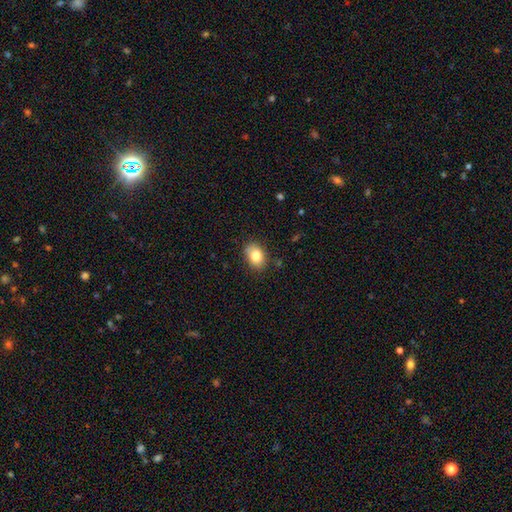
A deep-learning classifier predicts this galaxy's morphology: Smooth or featured? Predicted: smooth (p=0.83). How rounded? Predicted: in between (p=0.78). Merging? Predicted: none (p=0.81).